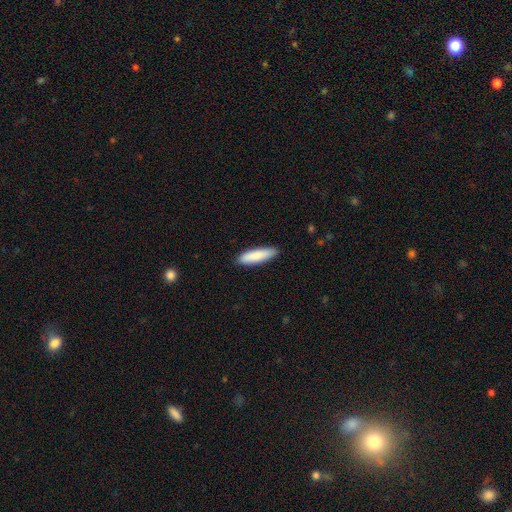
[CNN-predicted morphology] Smooth or featured? smooth (86%)
How rounded? cigar-shaped (66%)
Merging? none (88%)